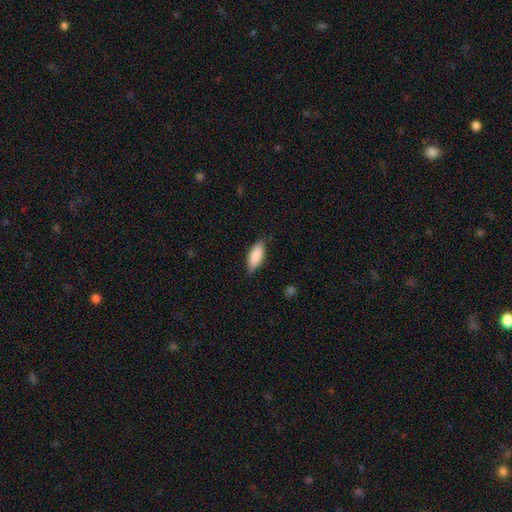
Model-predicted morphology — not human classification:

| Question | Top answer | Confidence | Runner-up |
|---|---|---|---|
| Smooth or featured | smooth | 87% | featured or disk (7%) |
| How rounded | in between | 78% | cigar-shaped (20%) |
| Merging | none | 80% | minor disturbance (16%) |